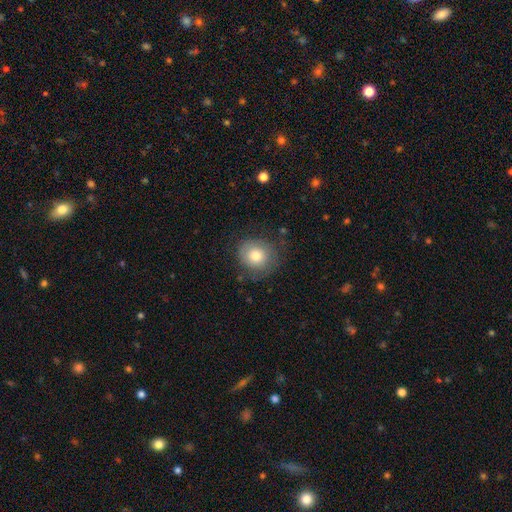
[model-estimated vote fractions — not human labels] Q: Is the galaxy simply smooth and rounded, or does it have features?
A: smooth — 75%.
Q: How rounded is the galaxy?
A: round — 84%.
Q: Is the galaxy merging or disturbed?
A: none — 73%.